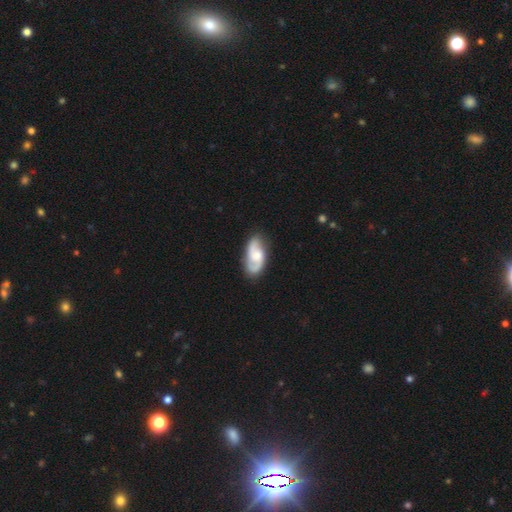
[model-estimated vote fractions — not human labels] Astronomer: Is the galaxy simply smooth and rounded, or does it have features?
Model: featured or disk — 74%.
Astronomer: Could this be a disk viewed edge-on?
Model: no — 95%.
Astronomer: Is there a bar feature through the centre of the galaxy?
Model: no — 55% (runner-up: weak, 38%).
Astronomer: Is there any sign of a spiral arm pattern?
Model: yes — 94%.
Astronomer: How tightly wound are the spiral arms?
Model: medium — 48% (runner-up: loose, 30%).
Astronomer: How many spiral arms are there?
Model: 2 — 87%.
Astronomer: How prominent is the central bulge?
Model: moderate — 47% (runner-up: small, 25%).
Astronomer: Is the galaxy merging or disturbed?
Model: none — 78%.